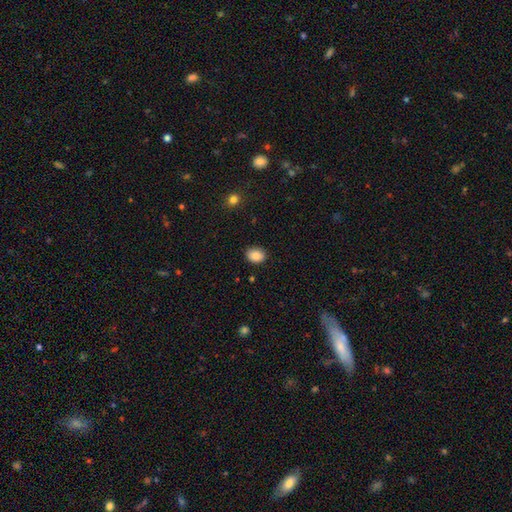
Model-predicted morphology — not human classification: This appears to be a smooth galaxy with no disk features (87%) that is in between round and cigar-shaped (57%). Merging: none (87%).